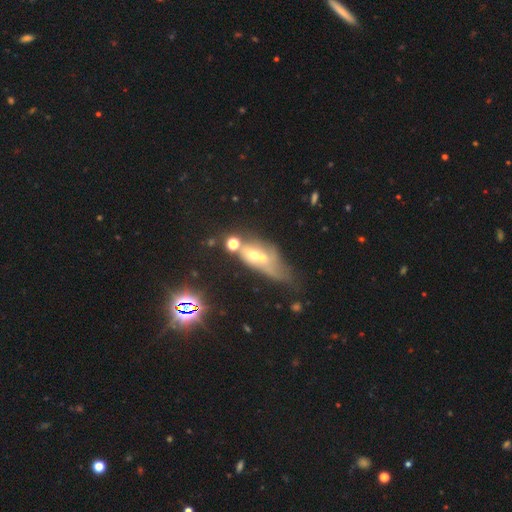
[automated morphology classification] A smooth galaxy with no disk features (47%). Merging: merger (53%).